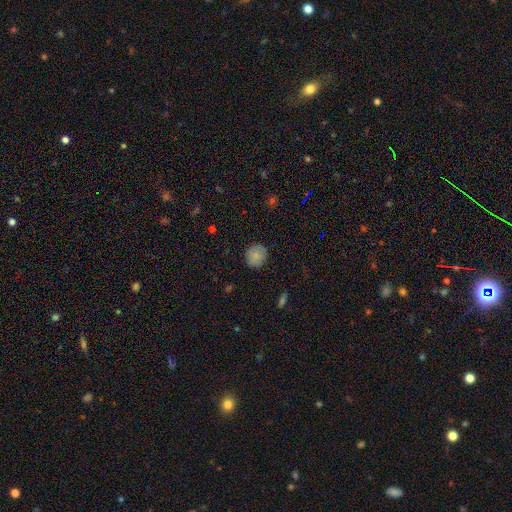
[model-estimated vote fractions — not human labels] Smooth or featured? Predicted: smooth (p=0.83). How rounded? Predicted: round (p=0.89). Merging? Predicted: none (p=0.86).